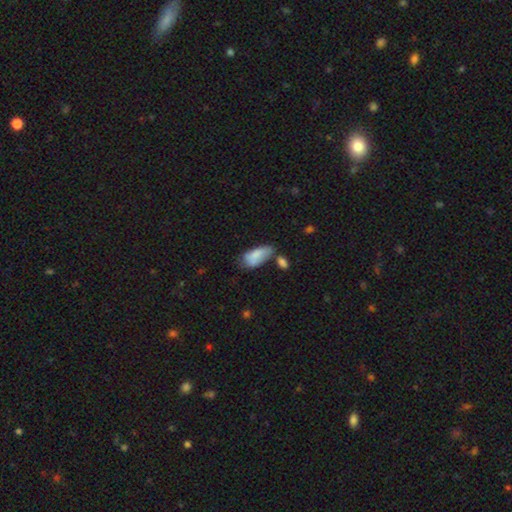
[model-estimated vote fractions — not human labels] Q: Smooth or featured?
A: smooth (78%); runner-up: featured or disk (14%)
Q: How rounded?
A: in between (89%); runner-up: cigar-shaped (9%)
Q: Merging?
A: none (35%); runner-up: minor disturbance (32%)